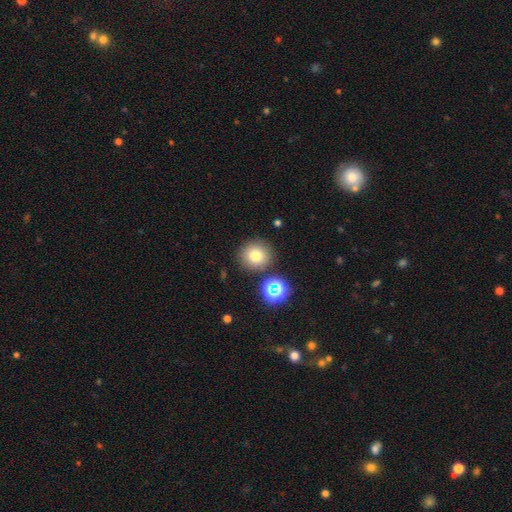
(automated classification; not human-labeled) A smooth galaxy with no disk features (76%) that is round (92%). Merging: none (83%).